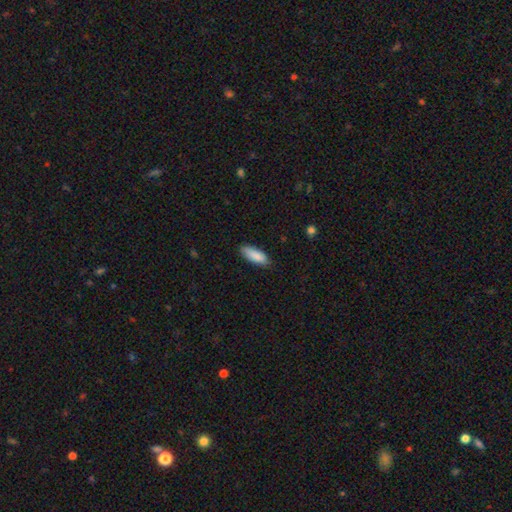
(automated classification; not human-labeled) Overall: smooth (88%). How rounded: in between (73%). Merging: none (81%).